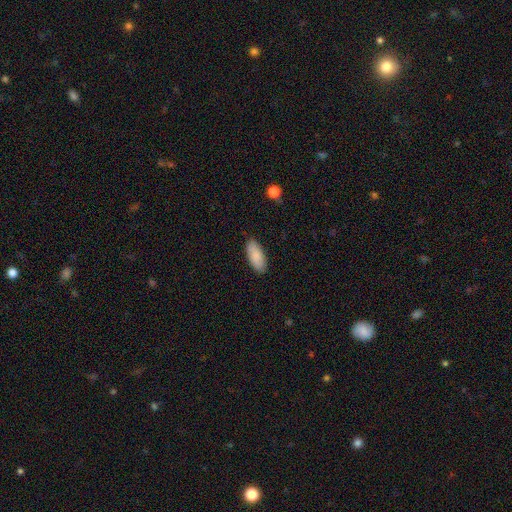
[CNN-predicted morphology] A smooth galaxy with no disk features (87%) that is in between round and cigar-shaped (85%).

Vote fractions:
- Smooth or featured? smooth: 87% / featured or disk: 7% / star or artifact: 6%
- How rounded? in between: 85% / cigar-shaped: 13% / round: 2%
- Merging? none: 88% / minor disturbance: 9% / major disturbance: 2% / merger: 1%